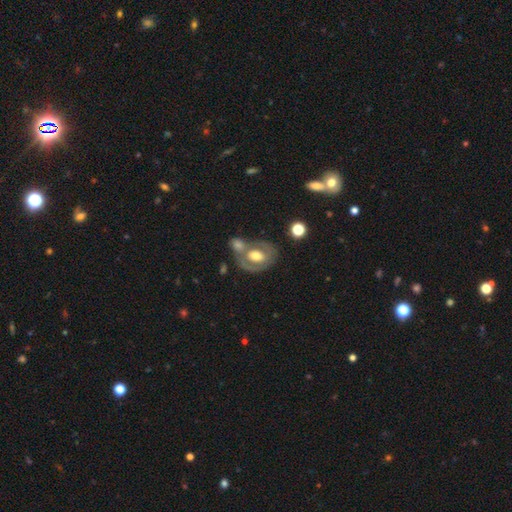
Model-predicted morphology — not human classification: Smooth or featured? Predicted: featured or disk (p=0.59). Edge-on disk? Predicted: no (p=0.94). Bar? Predicted: no (p=0.59). Spiral arms? Predicted: no (p=0.60). Bulge size? Predicted: moderate (p=0.59). Merging? Predicted: none (p=0.42).